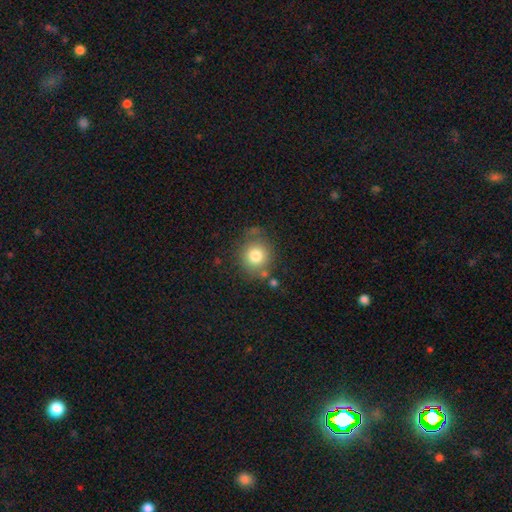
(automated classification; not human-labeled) Smooth or featured? smooth (78%)
How rounded? round (87%)
Merging? none (71%)